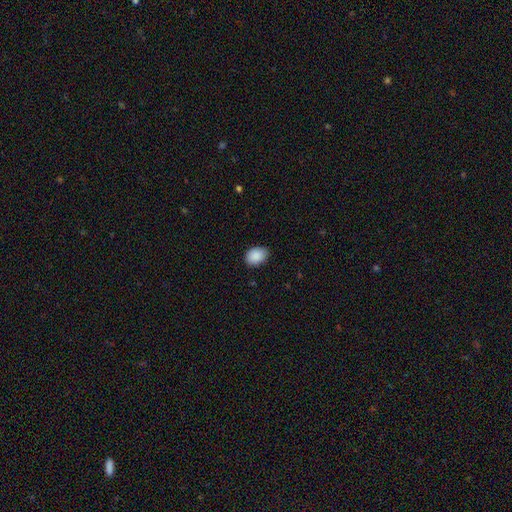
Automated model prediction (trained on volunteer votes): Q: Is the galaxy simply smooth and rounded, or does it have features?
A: smooth — 90%.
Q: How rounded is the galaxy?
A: in between — 73%.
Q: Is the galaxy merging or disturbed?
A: none — 82%.